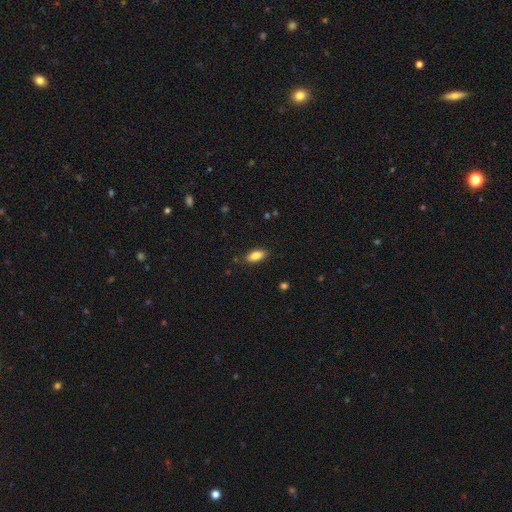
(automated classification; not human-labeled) Smooth or featured?
  - smooth: 86% *
  - star or artifact: 7%
  - featured or disk: 7%
How rounded?
  - in between: 87% *
  - cigar-shaped: 11%
  - round: 3%
Merging?
  - none: 85% *
  - minor disturbance: 11%
  - major disturbance: 2%
  - merger: 1%